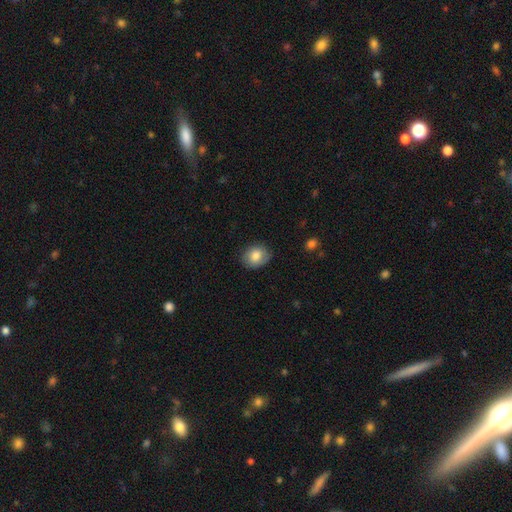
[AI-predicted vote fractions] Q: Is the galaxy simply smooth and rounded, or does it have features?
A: smooth — 81%.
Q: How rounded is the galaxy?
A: in between — 50%.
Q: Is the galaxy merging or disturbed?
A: none — 82%.